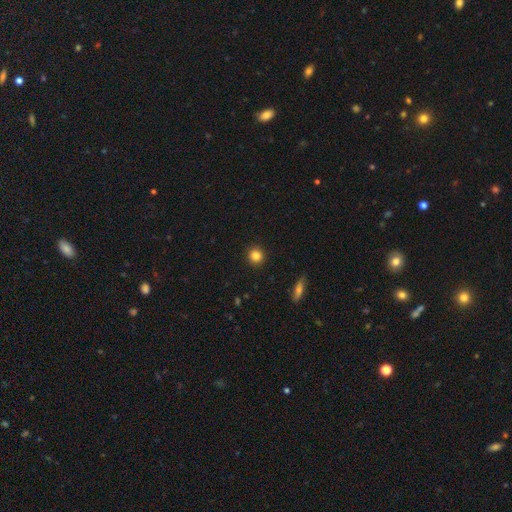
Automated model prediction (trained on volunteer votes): Smooth or featured? smooth (85%)
How rounded? round (93%)
Merging? none (92%)